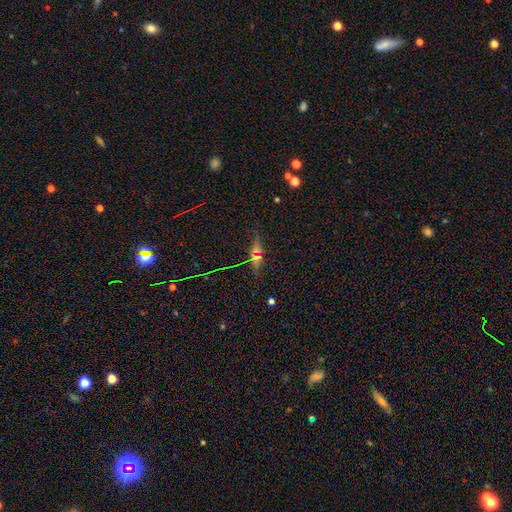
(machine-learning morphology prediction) smooth-or-featured: smooth: 43% | featured or disk: 29% | star or artifact: 27%
  merging: none: 79% | minor disturbance: 13% | major disturbance: 5% | merger: 4%